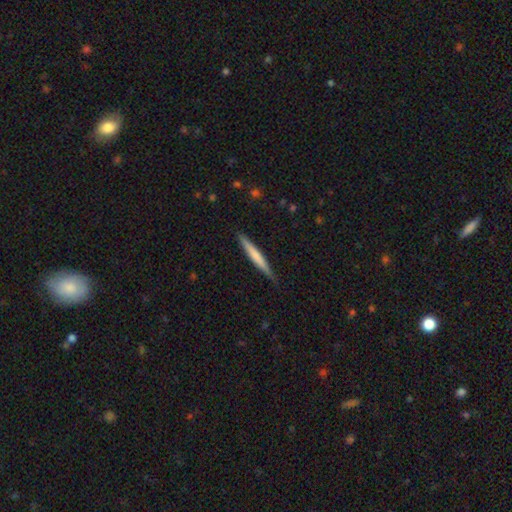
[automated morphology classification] This appears to be a smooth galaxy with no disk features (59%) that is cigar-shaped (96%). Merging: none (85%).